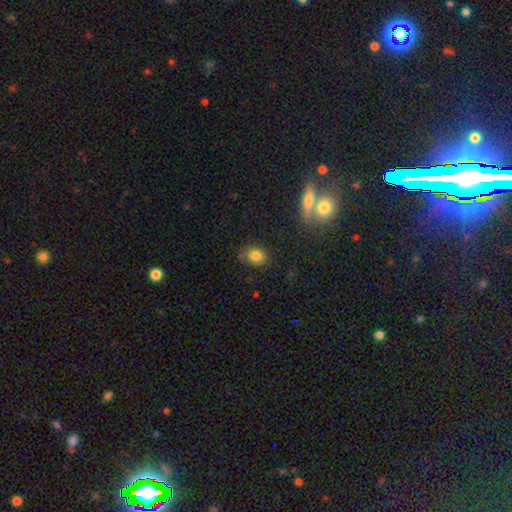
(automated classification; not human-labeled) Overall: smooth (82%). How rounded: round (50%; in between 49%). Merging: none (75%).